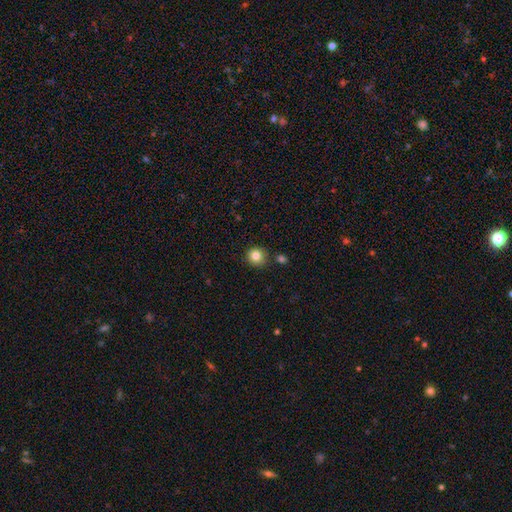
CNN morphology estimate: Smooth or featured?
  - smooth: 83% *
  - star or artifact: 11%
  - featured or disk: 6%
How rounded?
  - round: 92% *
  - in between: 7%
  - cigar-shaped: 1%
Merging?
  - none: 85% *
  - minor disturbance: 8%
  - merger: 5%
  - major disturbance: 2%